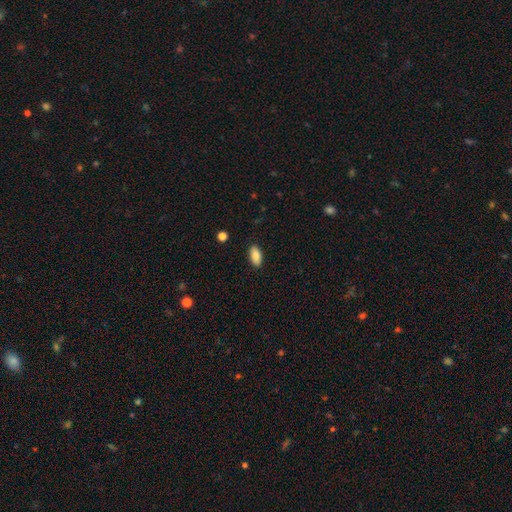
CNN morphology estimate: A smooth galaxy with no disk features (87%) that is in between round and cigar-shaped (91%). Merging: none (89%).